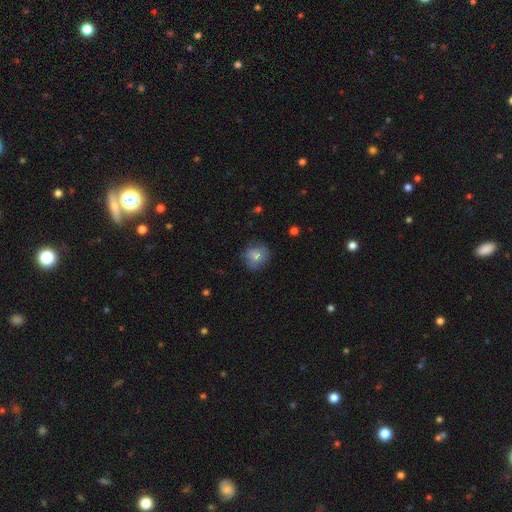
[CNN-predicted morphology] The model was most divided on "merging": none: 70%, minor disturbance: 21%, major disturbance: 7%, merger: 2%. More confident: how rounded — round (81%); smooth or featured — smooth (75%).